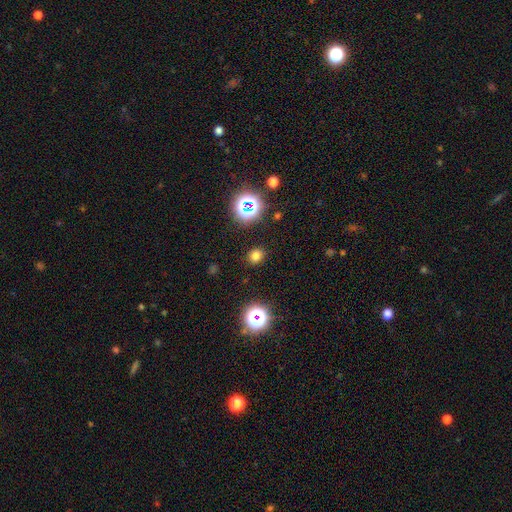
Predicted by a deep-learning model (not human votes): Smooth or featured? smooth (75%)
How rounded? round (76%)
Merging? none (89%)